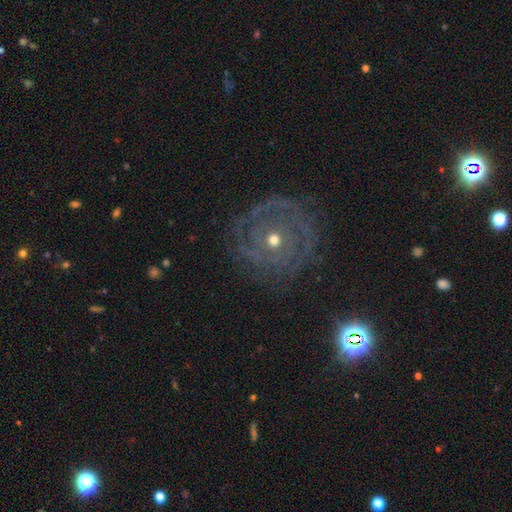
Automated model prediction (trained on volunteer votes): This appears to be a featured or disk galaxy (66%) with no bar (79%), spiral arms (72%) and a small central bulge (64%). Merging: none (80%).